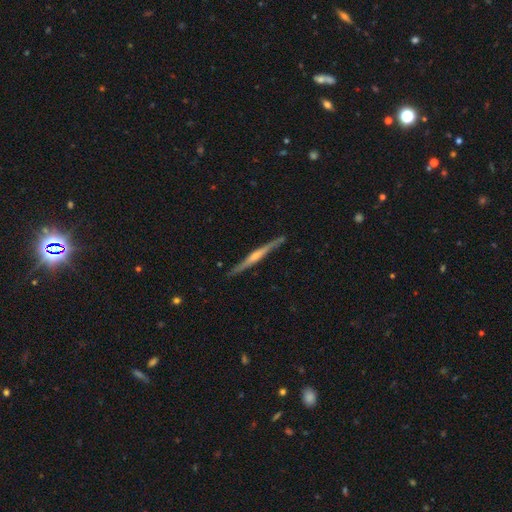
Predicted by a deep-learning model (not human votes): Smooth or featured?
  - featured or disk: 75% *
  - smooth: 20%
  - star or artifact: 5%
Edge-on disk?
  - yes: 98% *
  - no: 2%
Edge-on bulge?
  - rounded: 67% *
  - none: 22%
  - boxy: 11%
Merging?
  - none: 88% *
  - minor disturbance: 9%
  - major disturbance: 1%
  - merger: 1%